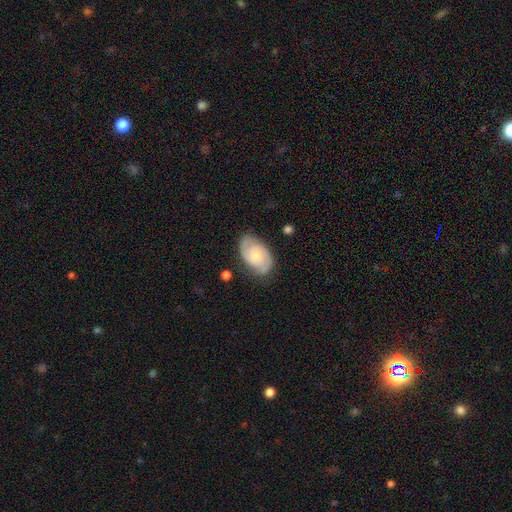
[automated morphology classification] Smooth or featured: featured or disk — 65% (smooth — 29%)
Edge-on disk: no — 96% (yes — 4%)
Bar: no — 71% (weak — 26%)
Spiral arms: yes — 90% (no — 10%)
Spiral winding: tight — 47% (medium — 40%)
Spiral arm count: 2 — 79% (can't tell — 13%)
Bulge size: small — 48% (moderate — 45%)
Merging: none — 73% (minor disturbance — 20%)